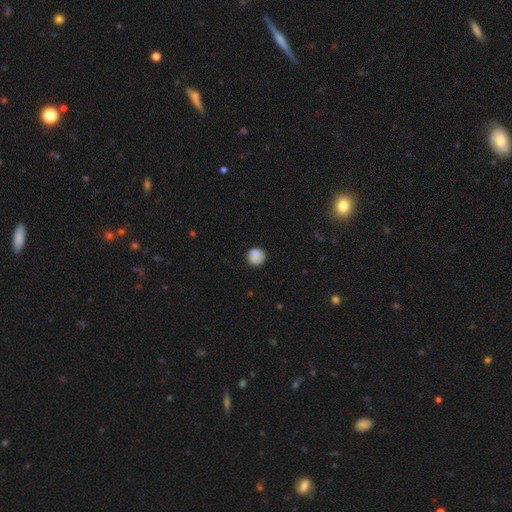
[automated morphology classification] smooth-or-featured: smooth: 87% | star or artifact: 8% | featured or disk: 4%
  how-rounded: round: 93% | in between: 6% | cigar-shaped: 1%
  merging: none: 86% | minor disturbance: 10% | major disturbance: 2% | merger: 1%